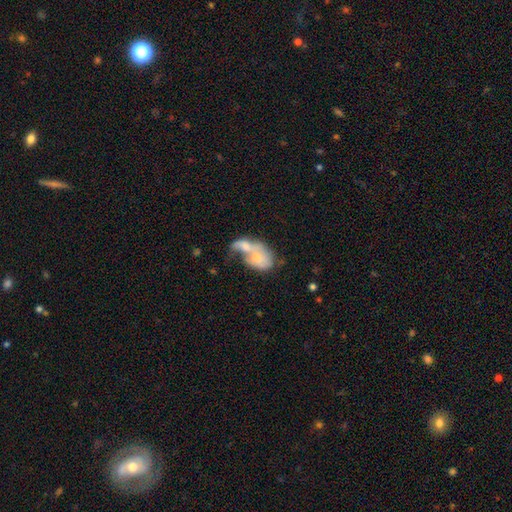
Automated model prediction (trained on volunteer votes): A smooth galaxy with no disk features (57%) that is in between round and cigar-shaped (80%). Merging: merger (71%).